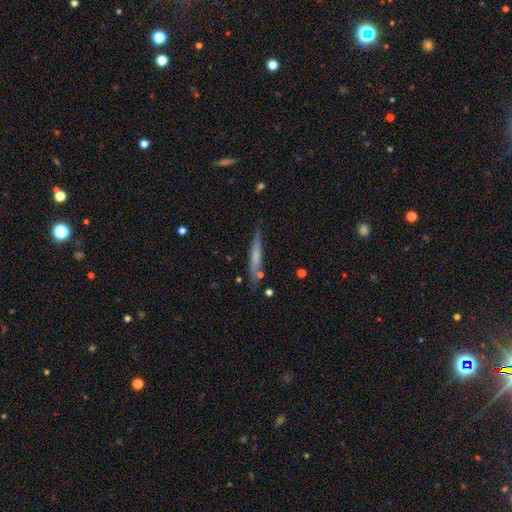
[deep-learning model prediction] Smooth or featured: smooth — 56% (featured or disk — 38%)
How rounded: cigar-shaped — 93% (in between — 6%)
Merging: none — 79% (minor disturbance — 14%)